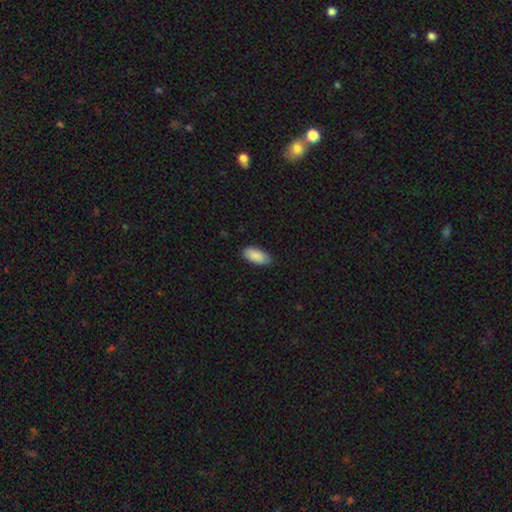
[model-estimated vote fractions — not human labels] A smooth galaxy with no disk features (90%) that is in between round and cigar-shaped (90%). Merging: none (85%).